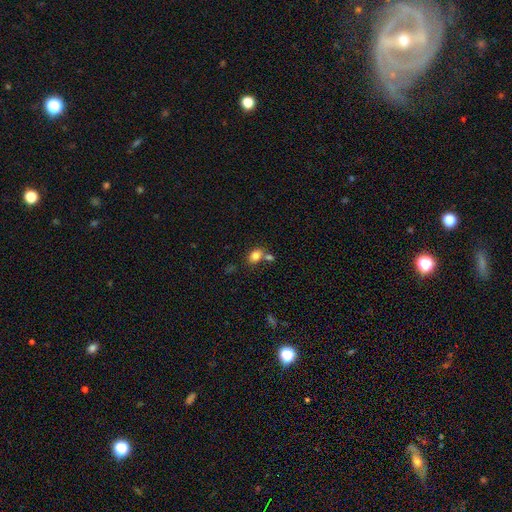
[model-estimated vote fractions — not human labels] Q: Smooth or featured?
A: smooth (82%); runner-up: star or artifact (10%)
Q: How rounded?
A: in between (66%); runner-up: round (33%)
Q: Merging?
A: none (54%); runner-up: merger (30%)